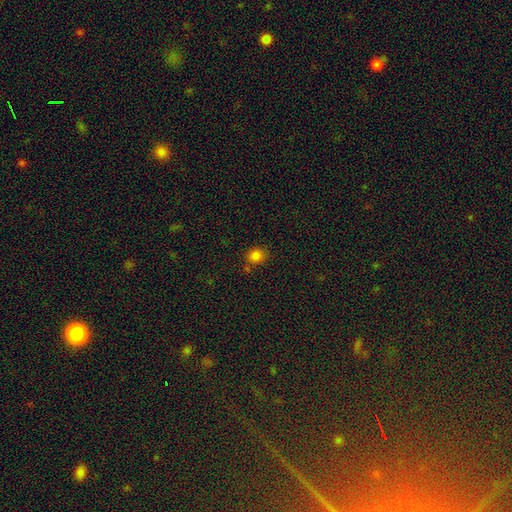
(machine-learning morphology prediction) smooth_or_featured: smooth (p=0.81) [alt: star or artifact p=0.15]
how_rounded: round (p=0.67) [alt: in between p=0.32]
merging: none (p=0.72) [alt: minor disturbance p=0.13]